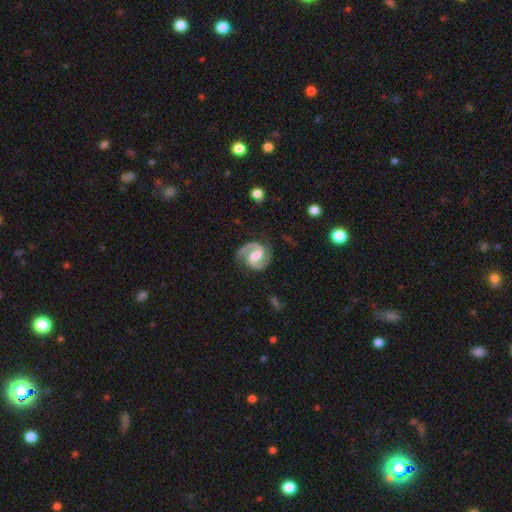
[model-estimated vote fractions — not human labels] This appears to be a featured or disk galaxy (93%) with a weak bar (48%), 2 (94%) medium (61%) spiral arms (98%) and a moderate central bulge (67%). Merging: none (83%).